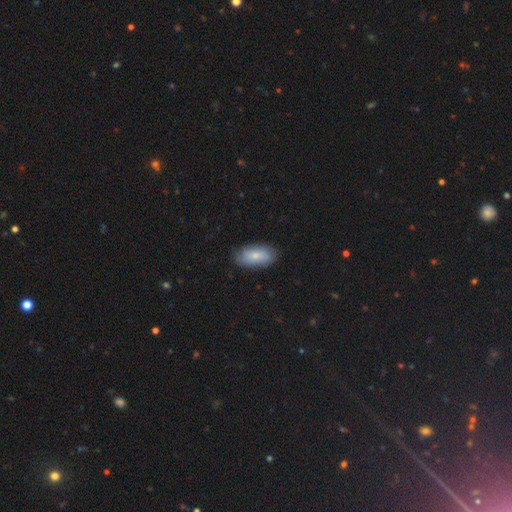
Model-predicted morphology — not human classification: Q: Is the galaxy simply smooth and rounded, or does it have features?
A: smooth — 75%.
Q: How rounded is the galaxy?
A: in between — 92%.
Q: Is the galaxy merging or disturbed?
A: none — 81%.